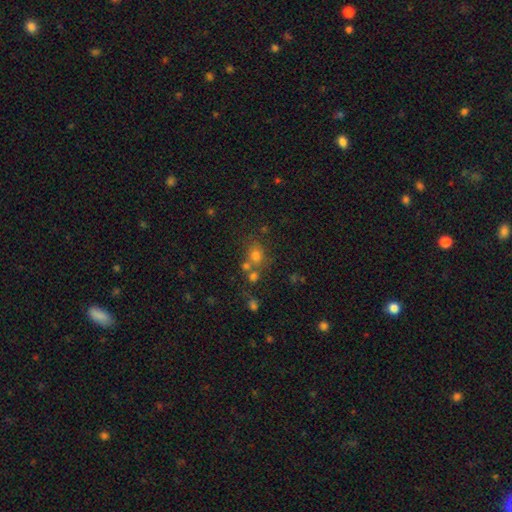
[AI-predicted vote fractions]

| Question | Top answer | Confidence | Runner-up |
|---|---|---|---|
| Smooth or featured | smooth | 69% | star or artifact (19%) |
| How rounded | round | 71% | in between (28%) |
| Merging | none | 55% | merger (28%) |